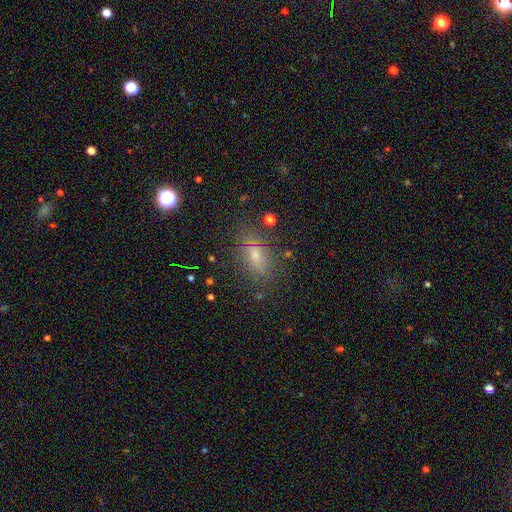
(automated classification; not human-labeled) This is possibly a smooth galaxy (58%). How rounded: likely in between (77%). Merging: likely none (70%).